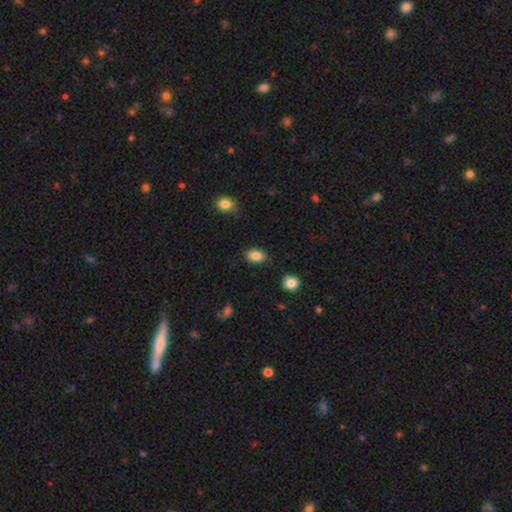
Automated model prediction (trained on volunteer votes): This is clearly a smooth galaxy (86%). How rounded: clearly in between (83%). Merging: clearly none (83%).